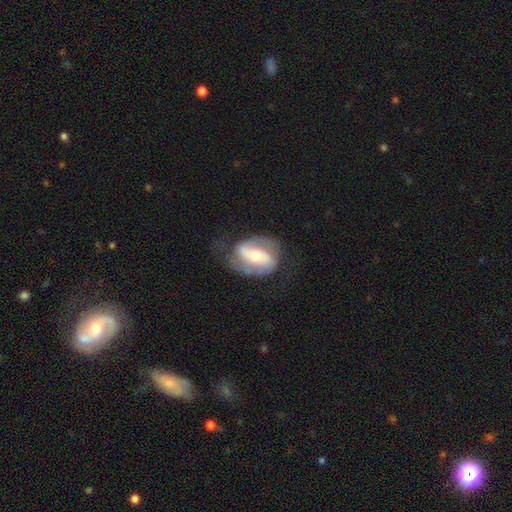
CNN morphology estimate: A featured or disk galaxy (80%) with a strong bar (47%), 2 (88%) medium (47%) spiral arms (89%) and a moderate central bulge (63%).

Vote fractions:
- Smooth or featured? featured or disk: 80% / smooth: 15% / star or artifact: 5%
- Edge-on disk? no: 96% / yes: 4%
- Bar? strong: 47% / weak: 31% / no: 22%
- Spiral arms? yes: 89% / no: 11%
- Spiral winding? medium: 47% / loose: 28% / tight: 25%
- Spiral arm count? 2: 88% / can't tell: 6% / 1: 3% / 3: 1% / 4: 1% / more than 4: 1%
- Bulge size? moderate: 63% / small: 28% / large: 6% / dominant: 1% / none: 1%
- Merging? none: 67% / minor disturbance: 18% / major disturbance: 13% / merger: 1%